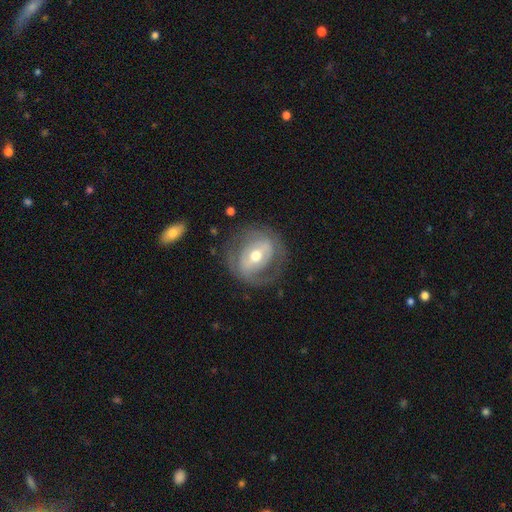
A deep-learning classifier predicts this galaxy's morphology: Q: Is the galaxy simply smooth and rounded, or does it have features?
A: featured or disk — 68%.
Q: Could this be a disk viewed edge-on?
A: no — 95%.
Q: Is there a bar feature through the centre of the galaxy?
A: weak — 37%.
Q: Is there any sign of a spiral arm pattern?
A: yes — 55%.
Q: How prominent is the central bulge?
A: moderate — 74%.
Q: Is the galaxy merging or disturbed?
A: none — 70%.